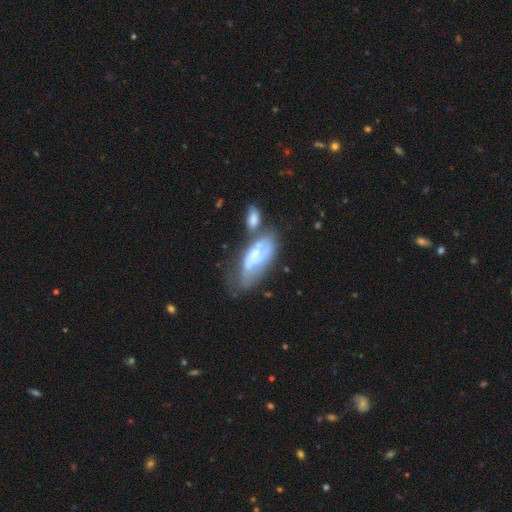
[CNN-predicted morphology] Smooth or featured: featured or disk — 59% (smooth — 34%)
Edge-on disk: no — 89% (yes — 11%)
Bar: no — 65% (weak — 28%)
Spiral arms: yes — 55% (no — 45%)
Bulge size: small — 41% (moderate — 38%)
Merging: merger — 35% (none — 25%)